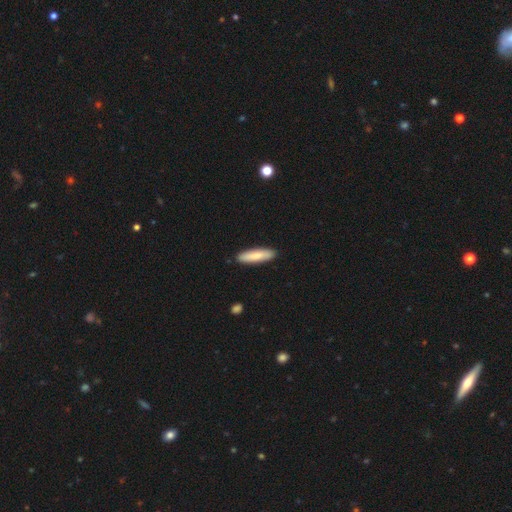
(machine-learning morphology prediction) Smooth or featured: smooth — 79% (featured or disk — 16%)
How rounded: cigar-shaped — 75% (in between — 24%)
Merging: none — 90% (minor disturbance — 8%)